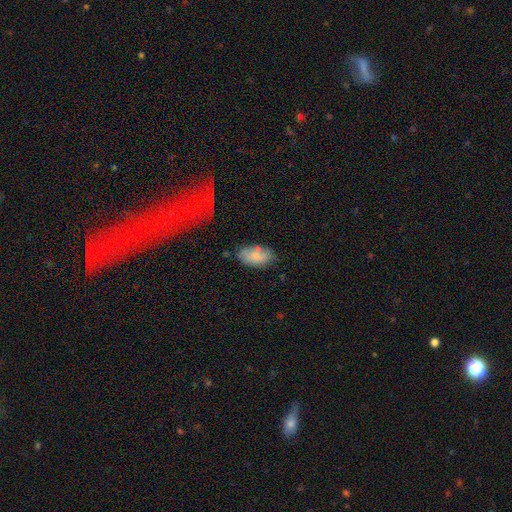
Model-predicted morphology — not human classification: A smooth galaxy with no disk features (75%) that is in between round and cigar-shaped (93%). Merging: none (66%).